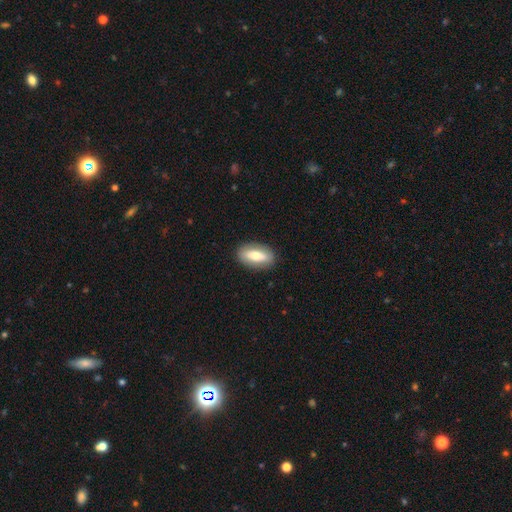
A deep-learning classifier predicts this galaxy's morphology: Q: Smooth or featured?
A: smooth (65%); runner-up: featured or disk (29%)
Q: How rounded?
A: in between (85%); runner-up: cigar-shaped (11%)
Q: Merging?
A: none (86%); runner-up: minor disturbance (10%)